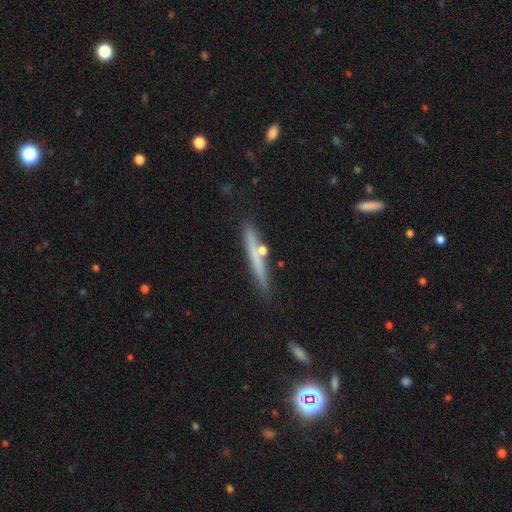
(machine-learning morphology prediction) Q: Smooth or featured?
A: smooth (47%); runner-up: featured or disk (46%)
Q: Merging?
A: none (81%); runner-up: minor disturbance (11%)